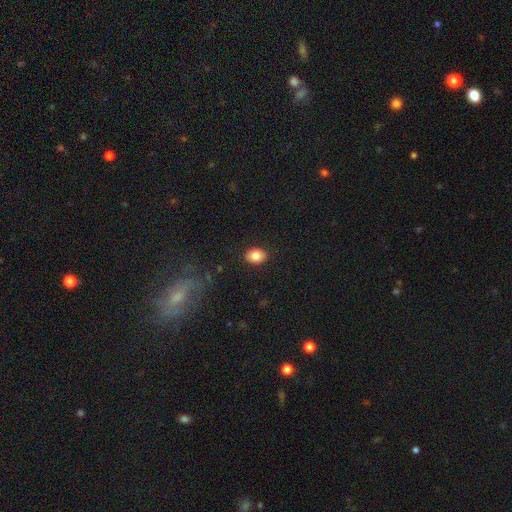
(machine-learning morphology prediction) The model was most divided on "how rounded": in between: 69%, round: 30%, cigar-shaped: 1%. More confident: merging — none (89%); smooth or featured — smooth (84%).